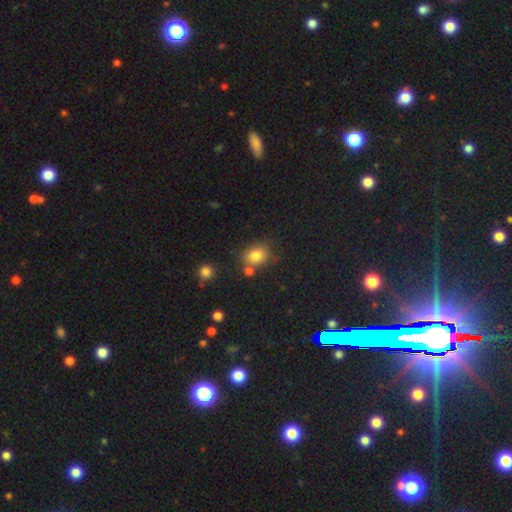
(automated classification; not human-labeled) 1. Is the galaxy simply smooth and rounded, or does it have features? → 80% smooth, 12% star or artifact, 8% featured or disk.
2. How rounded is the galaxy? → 51% in between, 48% round, 1% cigar-shaped.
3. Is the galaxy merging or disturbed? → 66% none, 15% merger, 15% minor disturbance, 5% major disturbance.